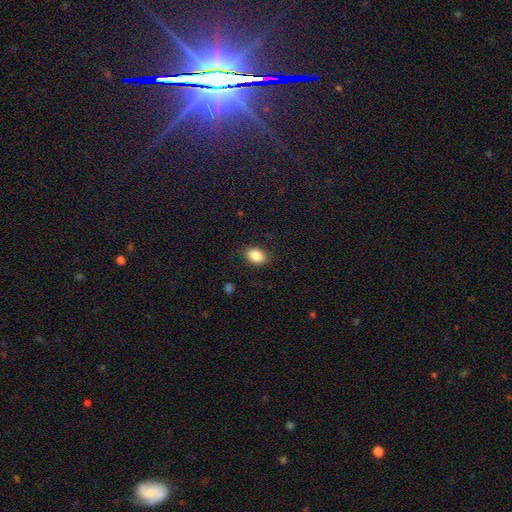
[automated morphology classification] Smooth or featured? Predicted: smooth (p=0.85). How rounded? Predicted: in between (p=0.79). Merging? Predicted: none (p=0.82).